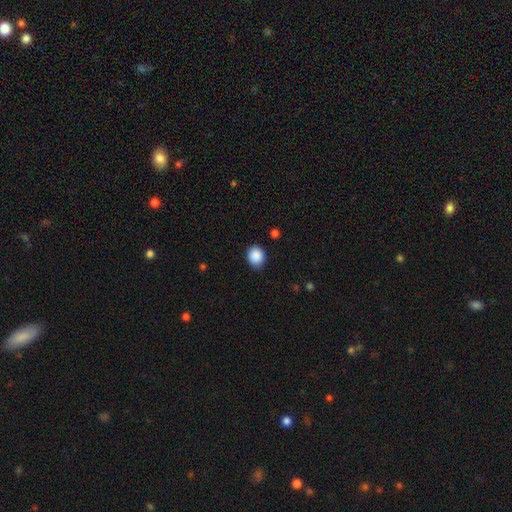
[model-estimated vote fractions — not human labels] This is clearly a smooth galaxy (88%). How rounded: likely round (72%). Merging: clearly none (87%).